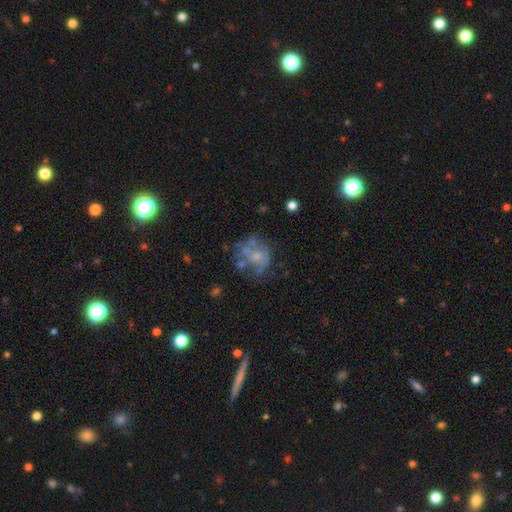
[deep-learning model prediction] A featured or disk galaxy (51%).

Vote fractions:
- Smooth or featured? featured or disk: 51% / smooth: 36% / star or artifact: 13%
- Edge-on disk? no: 98% / yes: 2%
- Merging? none: 42% / major disturbance: 23% / minor disturbance: 21% / merger: 14%